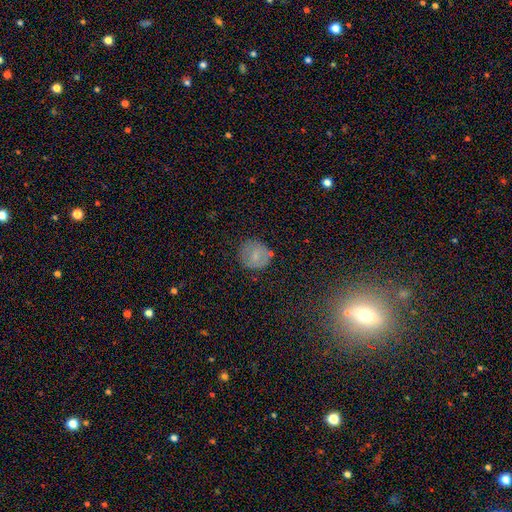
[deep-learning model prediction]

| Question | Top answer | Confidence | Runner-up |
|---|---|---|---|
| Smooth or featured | smooth | 72% | featured or disk (18%) |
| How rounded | round | 90% | in between (9%) |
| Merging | none | 79% | minor disturbance (14%) |